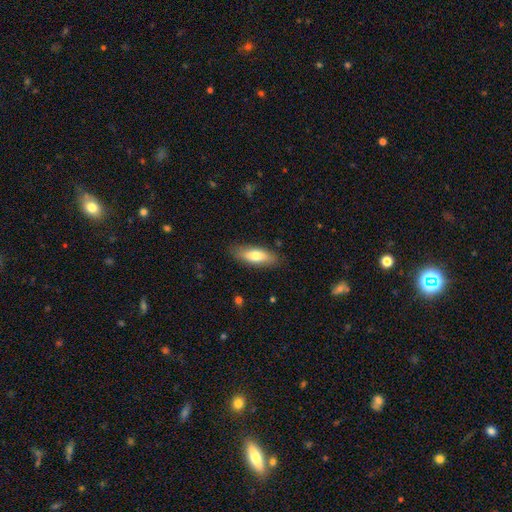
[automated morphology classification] smooth-or-featured: smooth: 73% | featured or disk: 21% | star or artifact: 6%
  how-rounded: in between: 68% | cigar-shaped: 30% | round: 2%
  merging: none: 84% | minor disturbance: 12% | major disturbance: 3% | merger: 1%